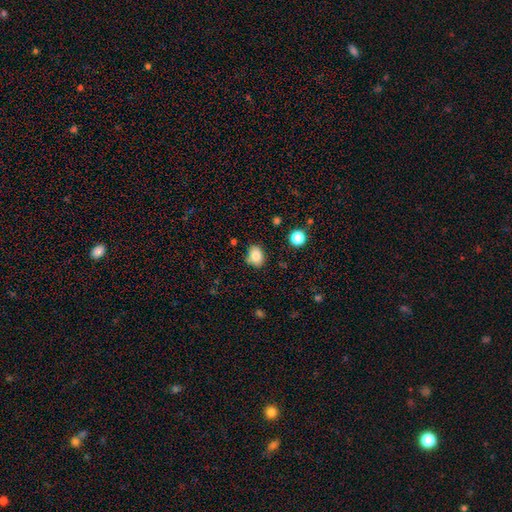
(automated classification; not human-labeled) Overall: smooth (83%). How rounded: in between (59%; round 40%). Merging: none (78%).